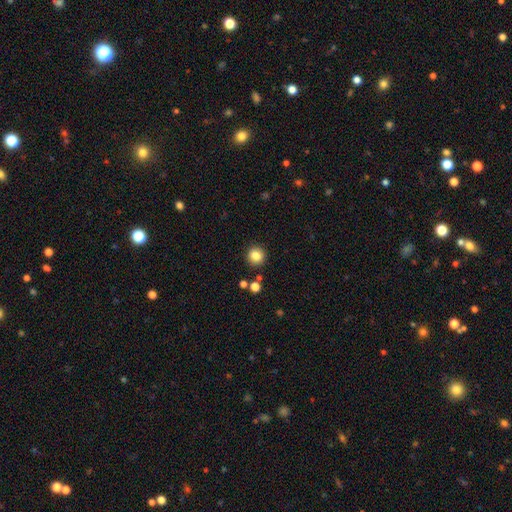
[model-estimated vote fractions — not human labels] Smooth or featured? Predicted: smooth (p=0.84). How rounded? Predicted: round (p=0.92). Merging? Predicted: none (p=0.89).